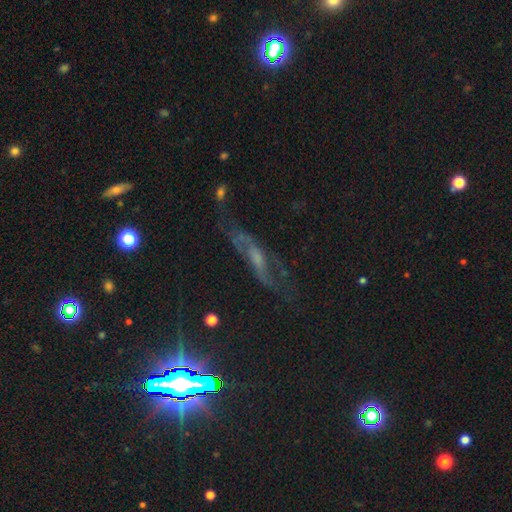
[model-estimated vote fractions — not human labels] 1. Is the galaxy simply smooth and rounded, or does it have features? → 60% featured or disk, 21% star or artifact, 19% smooth.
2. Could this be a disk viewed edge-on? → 64% no, 36% yes.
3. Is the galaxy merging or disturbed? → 56% none, 21% minor disturbance, 20% major disturbance, 3% merger.